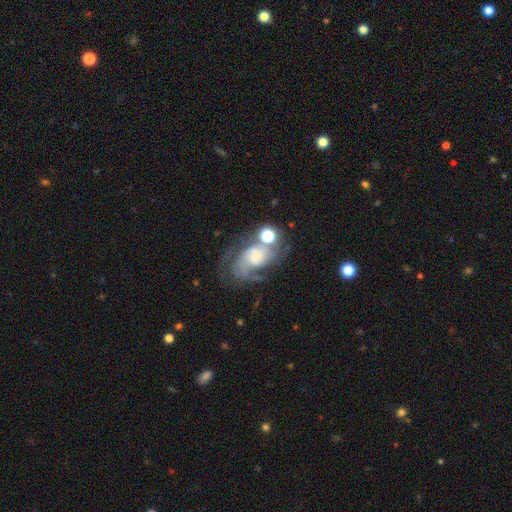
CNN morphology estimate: This appears to be a featured or disk galaxy (70%) with no bar (65%), 2 (39%) medium (45%) spiral arms (88%) and a small central bulge (47%). Merging: none (33%).